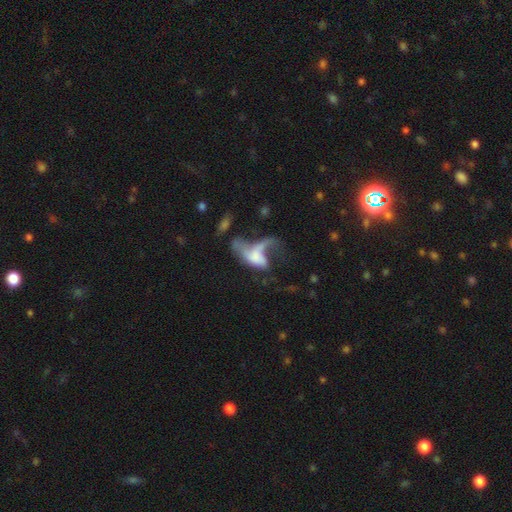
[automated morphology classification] Q: Smooth or featured?
A: featured or disk (50%); runner-up: smooth (39%)
Q: Edge-on disk?
A: no (91%); runner-up: yes (9%)
Q: Merging?
A: major disturbance (50%); runner-up: merger (25%)